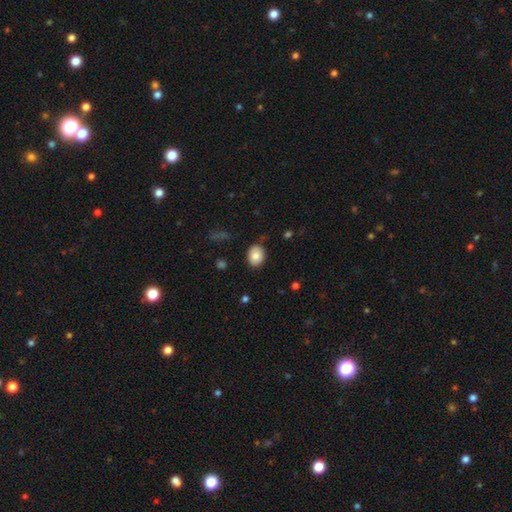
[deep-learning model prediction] The model was most divided on "how rounded": round: 52%, in between: 47%, cigar-shaped: 1%. More confident: merging — none (83%); smooth or featured — smooth (83%).